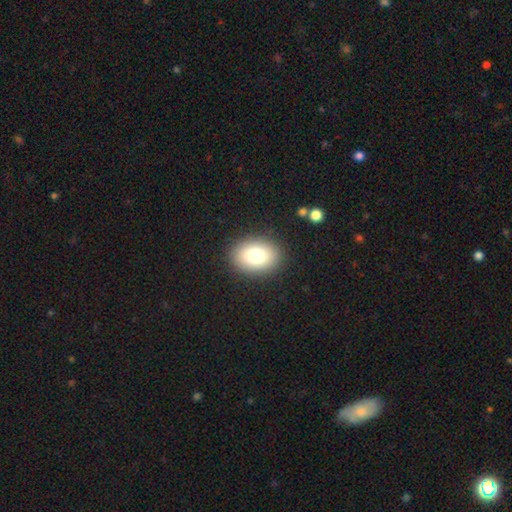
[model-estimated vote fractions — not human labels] Morphology: type=smooth (79%); roundness=in between (72%); merging=none (89%).